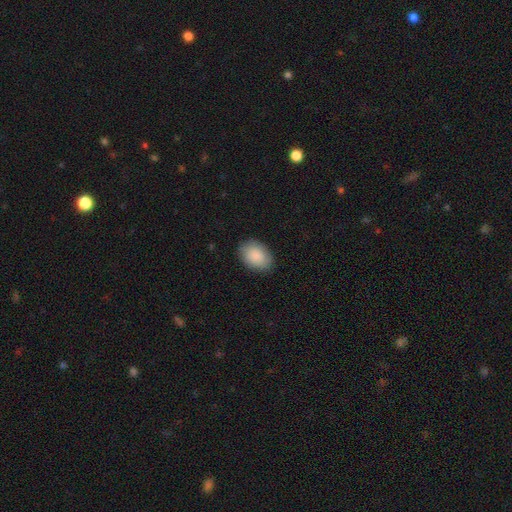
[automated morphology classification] Smooth or featured? Predicted: smooth (p=0.88). How rounded? Predicted: in between (p=0.82). Merging? Predicted: none (p=0.86).